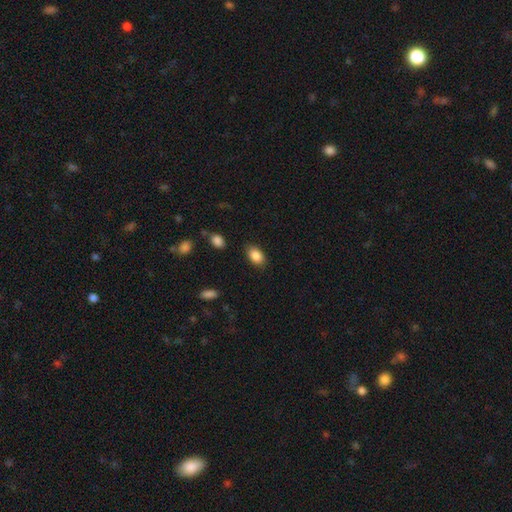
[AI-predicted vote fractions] Overall: smooth (87%). How rounded: in between (87%). Merging: none (85%).